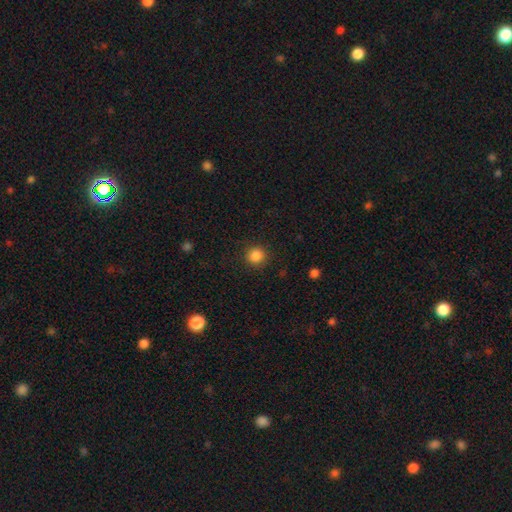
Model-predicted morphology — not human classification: smooth_or_featured: smooth (p=0.86) [alt: star or artifact p=0.11]
how_rounded: round (p=0.92) [alt: in between p=0.07]
merging: none (p=0.90) [alt: minor disturbance p=0.07]